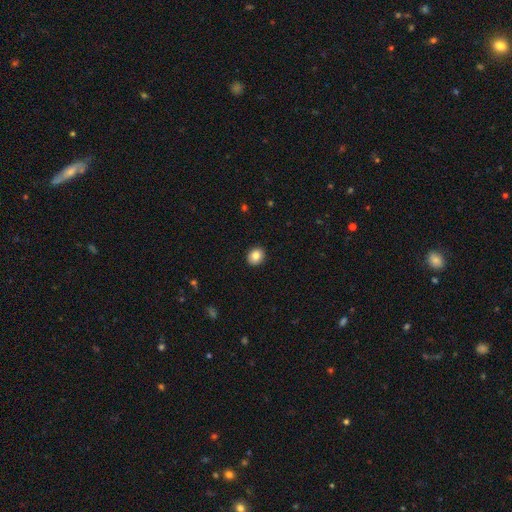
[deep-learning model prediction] smooth_or_featured: smooth (p=0.84) [alt: star or artifact p=0.09]
how_rounded: round (p=0.70) [alt: in between p=0.29]
merging: none (p=0.92) [alt: minor disturbance p=0.06]